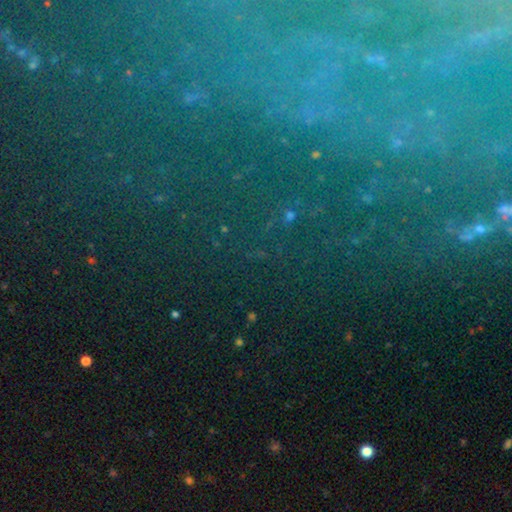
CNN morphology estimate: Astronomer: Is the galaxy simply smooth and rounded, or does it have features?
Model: star or artifact — 57%.